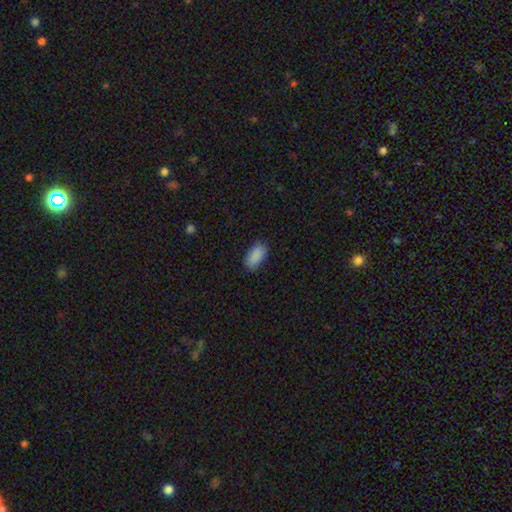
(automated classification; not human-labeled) This appears to be a smooth galaxy with no disk features (89%) that is in between round and cigar-shaped (93%). Merging: none (84%).